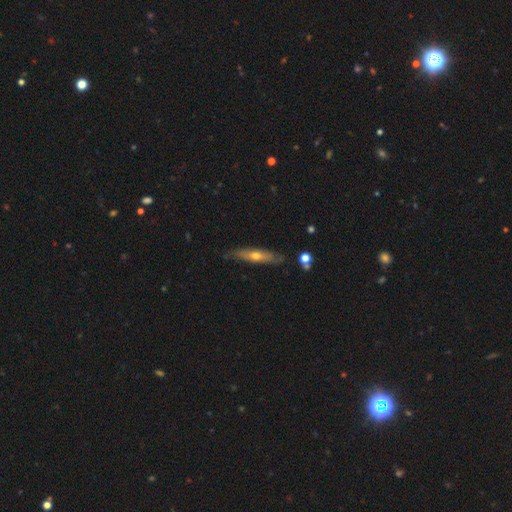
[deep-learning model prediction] A featured or disk galaxy (54%) viewed edge-on (75%).

Vote fractions:
- Smooth or featured? featured or disk: 54% / smooth: 40% / star or artifact: 6%
- Edge-on disk? yes: 75% / no: 25%
- Merging? none: 78% / minor disturbance: 16% / major disturbance: 3% / merger: 2%